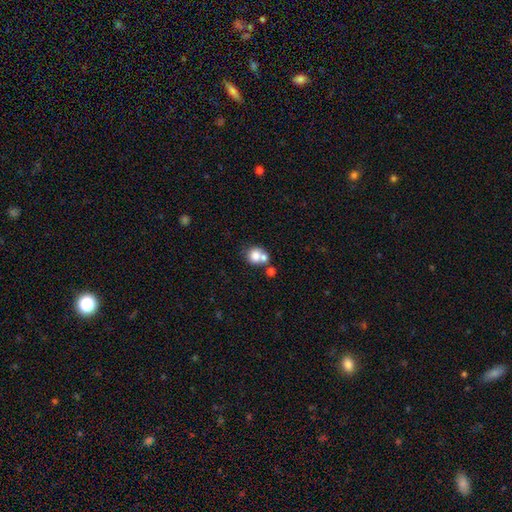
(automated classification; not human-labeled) Smooth or featured? Predicted: smooth (p=0.76). How rounded? Predicted: round (p=0.79). Merging? Predicted: merger (p=0.46).